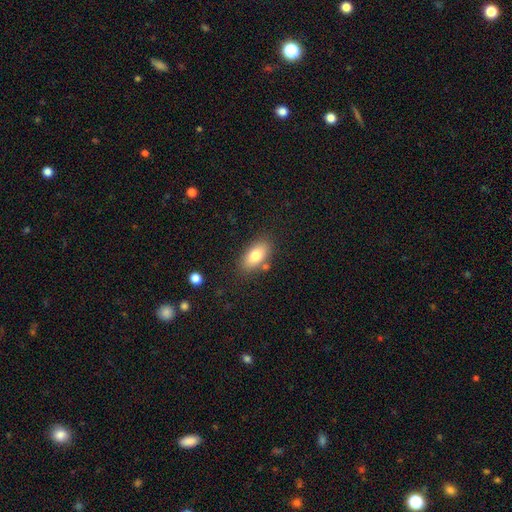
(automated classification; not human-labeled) This is likely a smooth galaxy (77%). How rounded: clearly in between (90%). Merging: clearly none (80%).